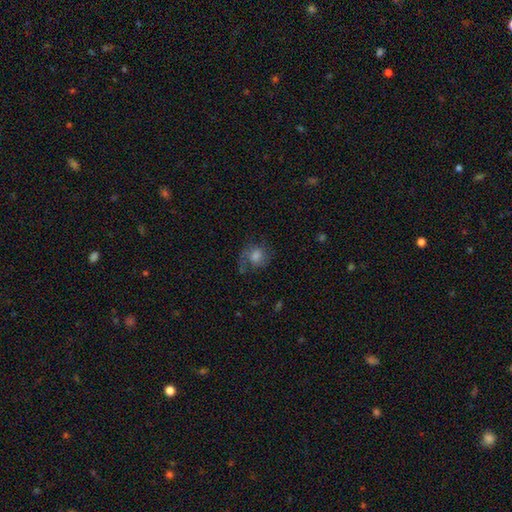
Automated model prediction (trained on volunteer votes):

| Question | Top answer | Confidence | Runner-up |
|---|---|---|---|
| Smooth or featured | featured or disk | 44% | smooth (42%) |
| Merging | none | 59% | minor disturbance (21%) |